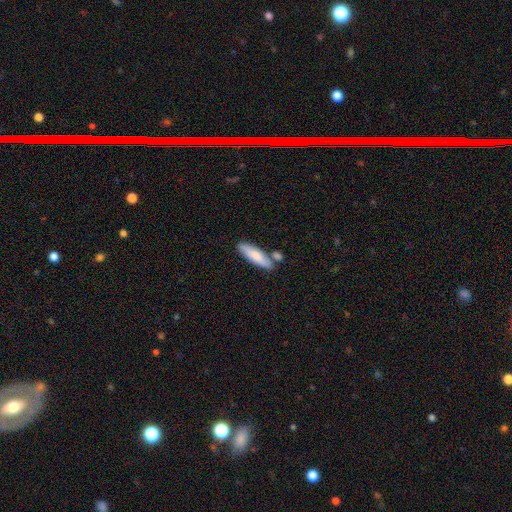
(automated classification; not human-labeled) smooth-or-featured: smooth: 76% | featured or disk: 19% | star or artifact: 5%
  how-rounded: cigar-shaped: 60% | in between: 38% | round: 2%
  merging: none: 68% | merger: 15% | minor disturbance: 14% | major disturbance: 3%